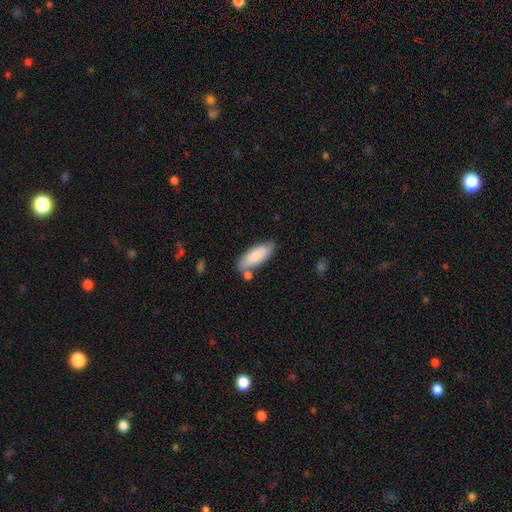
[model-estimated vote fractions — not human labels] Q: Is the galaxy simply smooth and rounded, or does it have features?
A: smooth — 82%.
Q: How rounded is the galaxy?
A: in between — 72%.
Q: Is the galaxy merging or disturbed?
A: none — 69%.